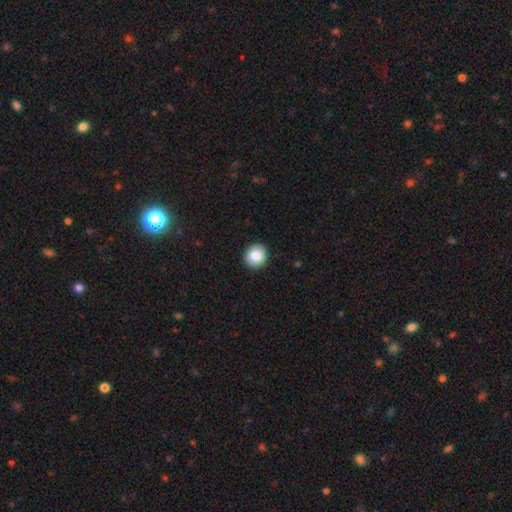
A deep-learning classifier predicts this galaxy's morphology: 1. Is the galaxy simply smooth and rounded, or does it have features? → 85% smooth, 9% star or artifact, 7% featured or disk.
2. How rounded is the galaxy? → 89% round, 10% in between, 1% cigar-shaped.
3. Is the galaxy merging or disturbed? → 92% none, 5% minor disturbance, 1% major disturbance, 1% merger.